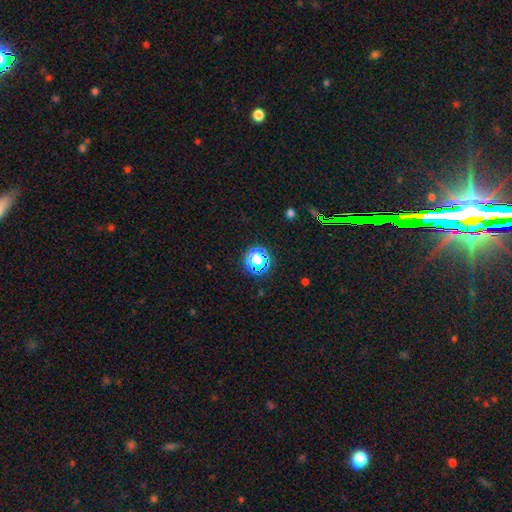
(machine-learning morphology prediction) Smooth or featured? smooth (53%)
How rounded? round (83%)
Merging? none (79%)